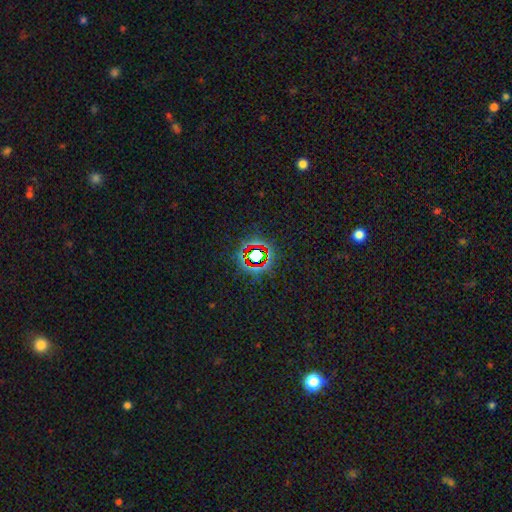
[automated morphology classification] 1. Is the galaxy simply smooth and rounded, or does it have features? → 76% star or artifact, 14% smooth, 10% featured or disk.